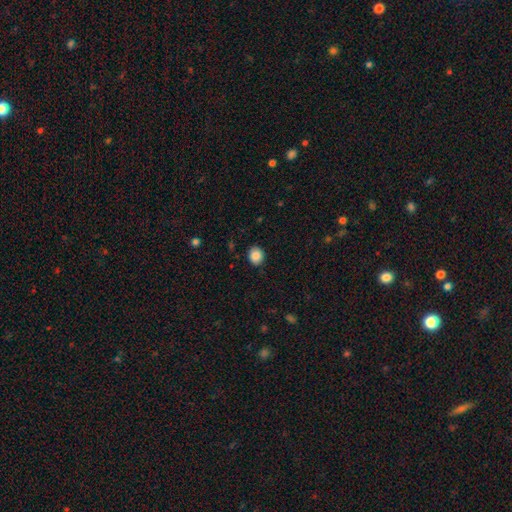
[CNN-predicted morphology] Smooth or featured?
  - smooth: 87% *
  - star or artifact: 9%
  - featured or disk: 3%
How rounded?
  - round: 79% *
  - in between: 20%
  - cigar-shaped: 1%
Merging?
  - none: 88% *
  - minor disturbance: 8%
  - major disturbance: 2%
  - merger: 1%